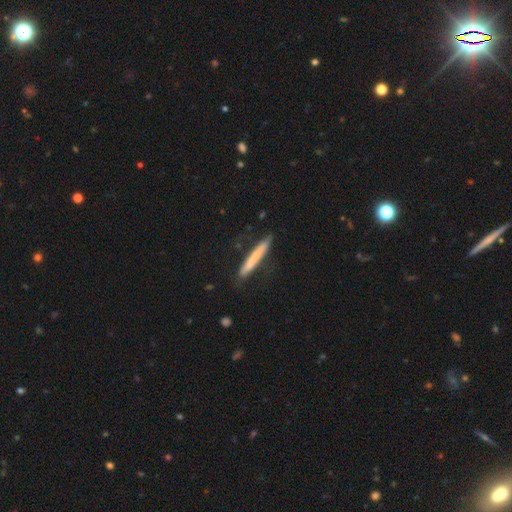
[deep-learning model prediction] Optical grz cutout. It shows a smooth galaxy with no disk features (68%) that is cigar-shaped (96%). Merging: none (79%).